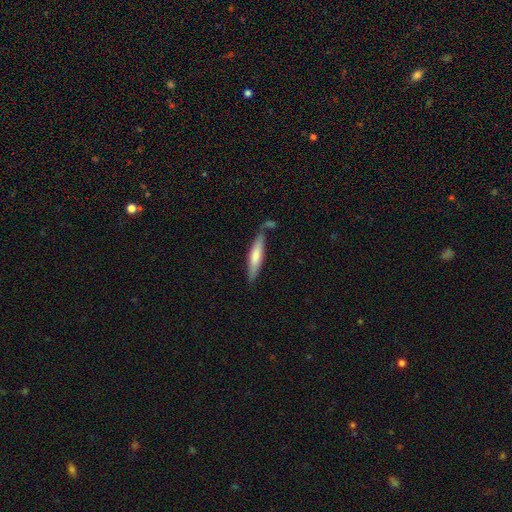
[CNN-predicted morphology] The model was most divided on "smooth or featured": smooth: 68%, featured or disk: 27%, star or artifact: 5%. More confident: how rounded — cigar-shaped (82%); merging — none (65%).